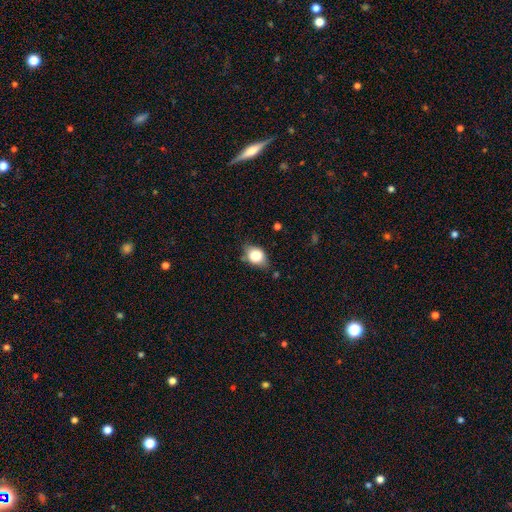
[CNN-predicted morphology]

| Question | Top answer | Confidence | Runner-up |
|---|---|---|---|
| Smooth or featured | smooth | 78% | featured or disk (14%) |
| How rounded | in between | 63% | round (35%) |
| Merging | none | 62% | minor disturbance (29%) |